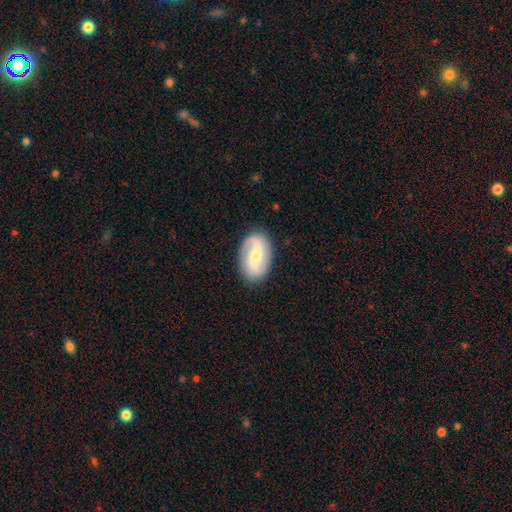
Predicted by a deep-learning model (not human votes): Smooth or featured? Predicted: featured or disk (p=0.77). Edge-on disk? Predicted: no (p=0.97). Bar? Predicted: weak (p=0.44). Spiral arms? Predicted: yes (p=0.92). Spiral winding? Predicted: loose (p=0.55). Spiral arm count? Predicted: 2 (p=0.90). Bulge size? Predicted: small (p=0.50). Merging? Predicted: none (p=0.84).